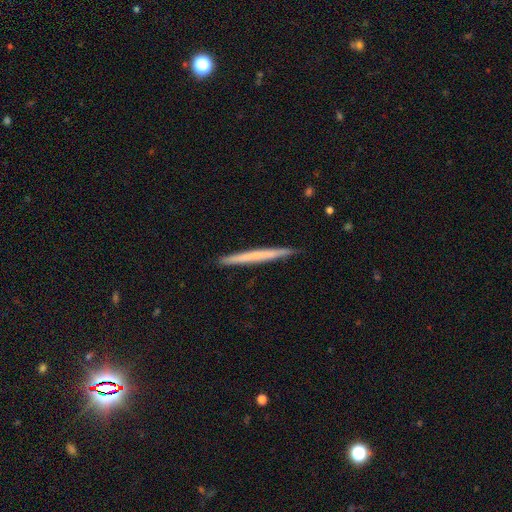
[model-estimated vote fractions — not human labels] Smooth or featured? Predicted: smooth (p=0.53). How rounded? Predicted: cigar-shaped (p=0.97). Merging? Predicted: none (p=0.91).